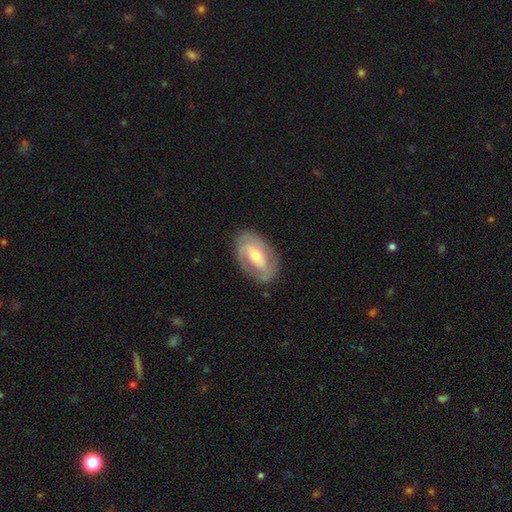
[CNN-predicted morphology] A featured or disk galaxy (68%) with a weak bar (38%), spiral arms (73%) and a moderate central bulge (60%). Merging: none (77%).